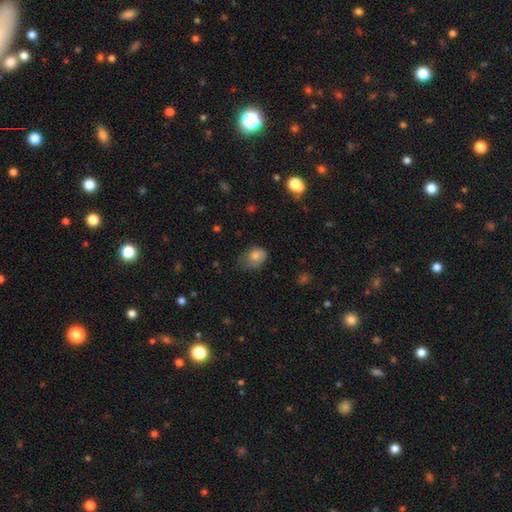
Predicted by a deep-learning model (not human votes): Q: Smooth or featured?
A: smooth (77%); runner-up: featured or disk (13%)
Q: How rounded?
A: in between (63%); runner-up: round (36%)
Q: Merging?
A: minor disturbance (40%); runner-up: none (37%)